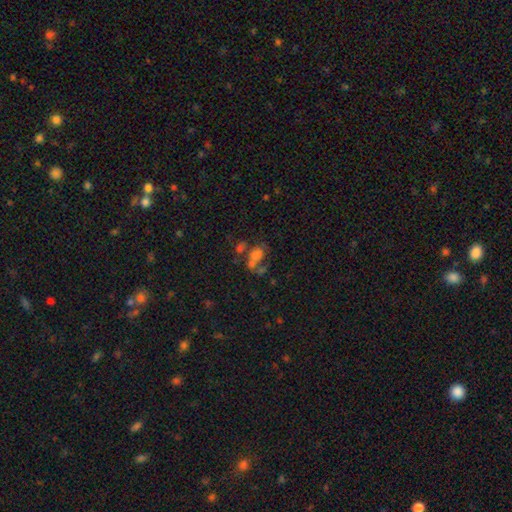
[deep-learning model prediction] Smooth or featured? smooth (54%)
How rounded? in between (78%)
Merging? merger (45%)